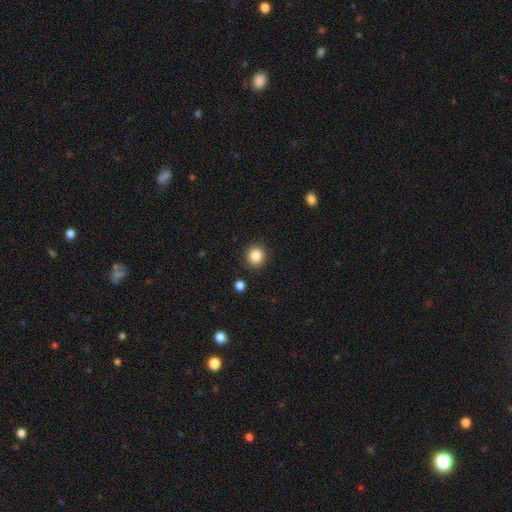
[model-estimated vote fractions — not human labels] This appears to be a smooth galaxy with no disk features (85%) that is round (89%). Merging: none (90%).